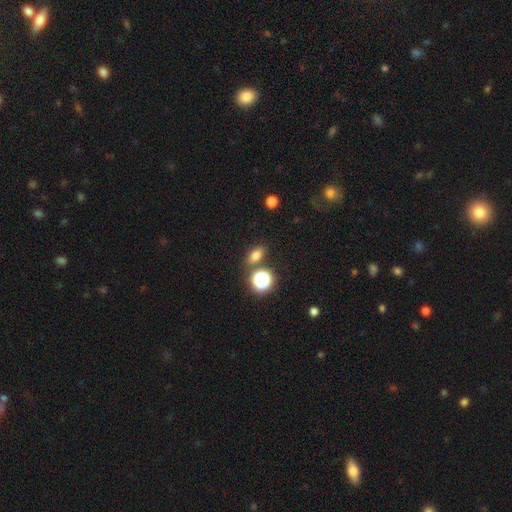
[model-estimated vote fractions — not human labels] smooth 71%, star or artifact 20%, featured or disk 8%. Down the decision tree: how rounded — in between (69%); merging — none (78%).